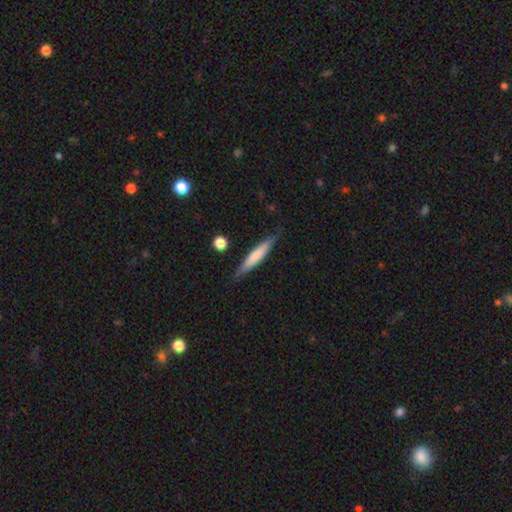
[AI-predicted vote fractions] A smooth galaxy with no disk features (65%) that is cigar-shaped (91%).

Vote fractions:
- Smooth or featured? smooth: 65% / featured or disk: 29% / star or artifact: 6%
- How rounded? cigar-shaped: 91% / in between: 8% / round: 1%
- Merging? none: 82% / minor disturbance: 13% / major disturbance: 3% / merger: 2%